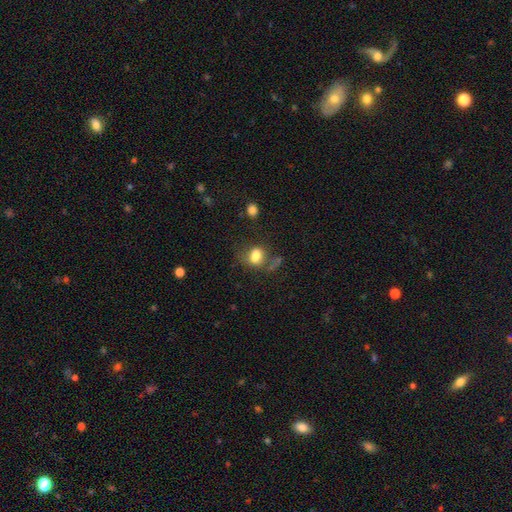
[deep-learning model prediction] Smooth or featured: smooth — 73% (featured or disk — 15%)
How rounded: in between — 68% (round — 30%)
Merging: none — 46% (minor disturbance — 22%)